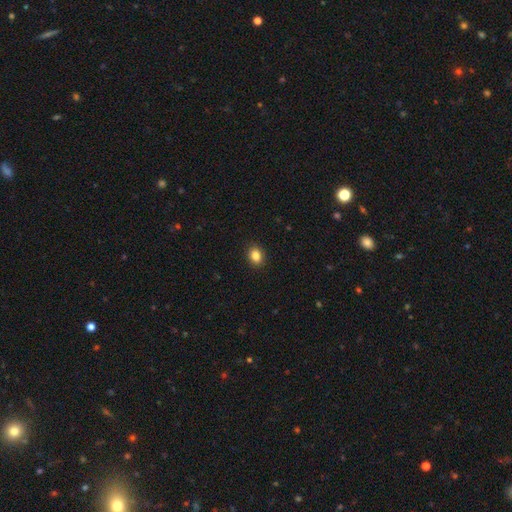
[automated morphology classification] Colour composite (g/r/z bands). It shows a smooth galaxy with no disk features (85%) that is in between round and cigar-shaped (55%). Merging: none (90%).